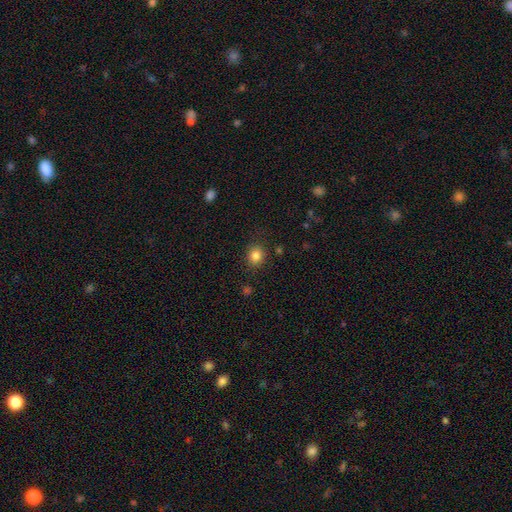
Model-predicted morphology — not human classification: Smooth or featured: smooth — 84% (star or artifact — 11%)
How rounded: round — 71% (in between — 28%)
Merging: none — 85% (minor disturbance — 10%)